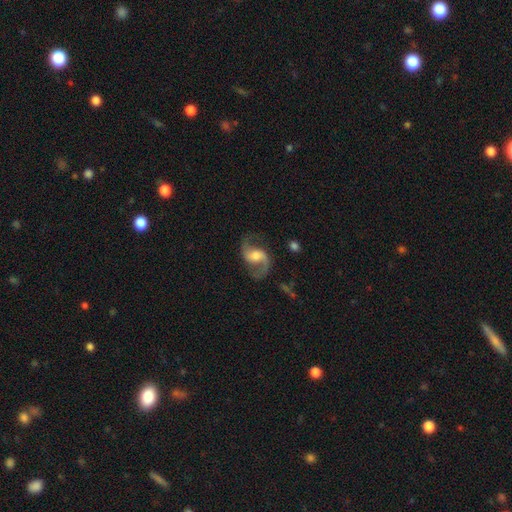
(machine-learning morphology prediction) This appears to be a featured or disk galaxy (87%) with a weak bar (45%), 2 (92%) loose (56%) spiral arms (96%) and a moderate central bulge (52%). Merging: none (75%).